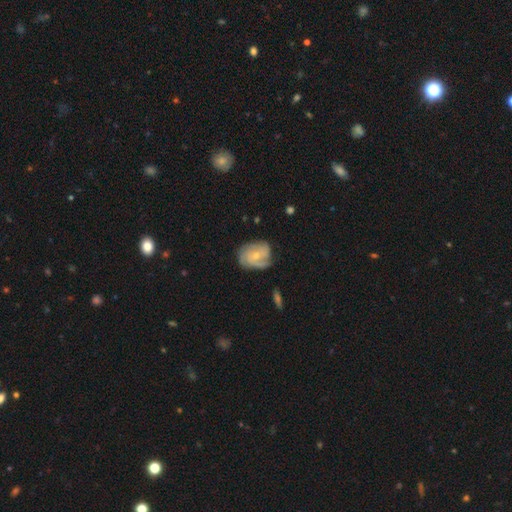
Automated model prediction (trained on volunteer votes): featured or disk 73%, smooth 21%, star or artifact 6%. Down the decision tree: edge-on disk — no (97%); bar — no (69%); spiral arms — yes (92%); spiral arm count — 3 (36%); spiral winding — tight (51%); bulge size — small (59%); merging — none (64%).